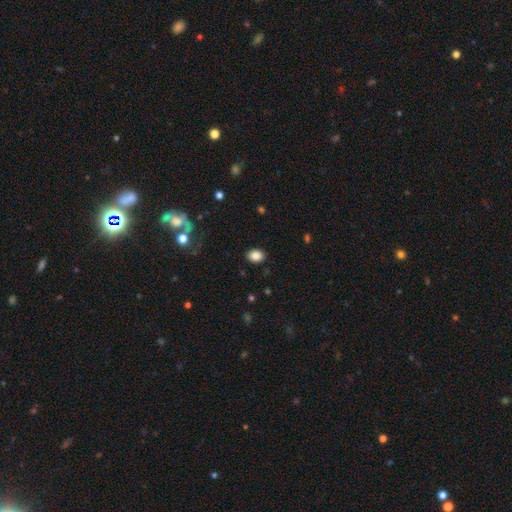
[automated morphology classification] Smooth or featured: smooth — 87% (star or artifact — 9%)
How rounded: in between — 68% (round — 31%)
Merging: none — 88% (minor disturbance — 8%)